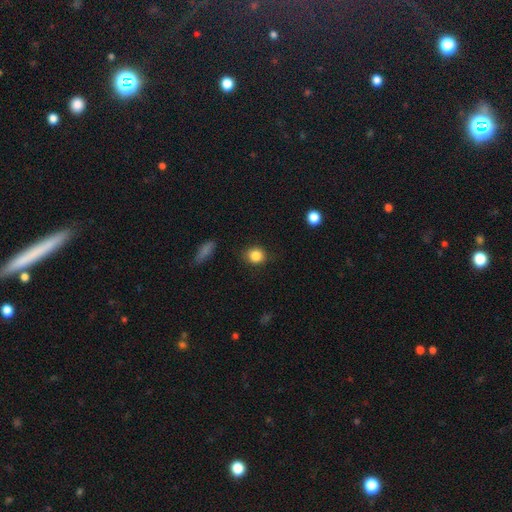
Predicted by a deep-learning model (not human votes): Smooth or featured: smooth — 85% (star or artifact — 10%)
How rounded: round — 81% (in between — 18%)
Merging: none — 85% (minor disturbance — 11%)